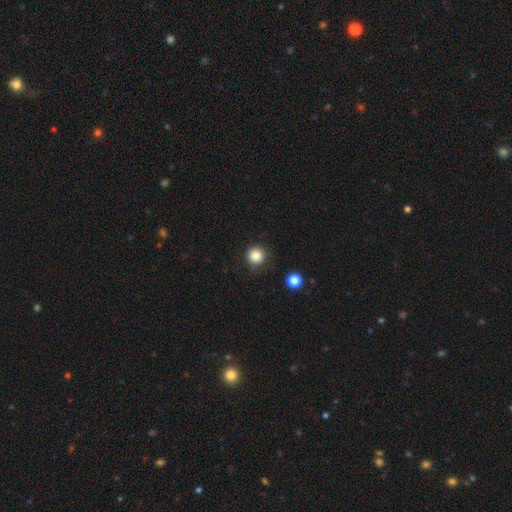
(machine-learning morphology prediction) The model was most divided on "smooth or featured": smooth: 84%, star or artifact: 11%, featured or disk: 5%. More confident: how rounded — round (94%); merging — none (84%).